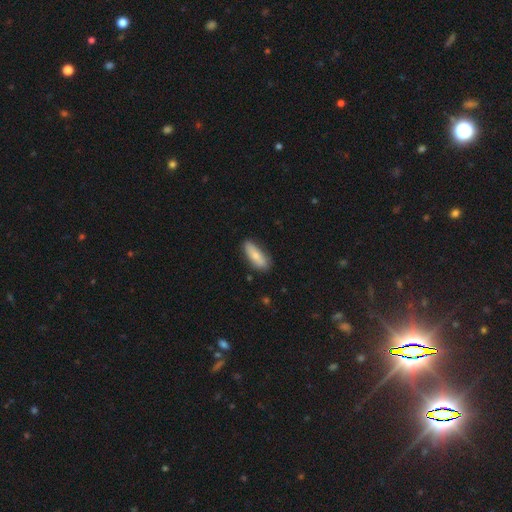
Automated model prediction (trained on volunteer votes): Smooth or featured? Predicted: smooth (p=0.76). How rounded? Predicted: in between (p=0.66). Merging? Predicted: none (p=0.80).